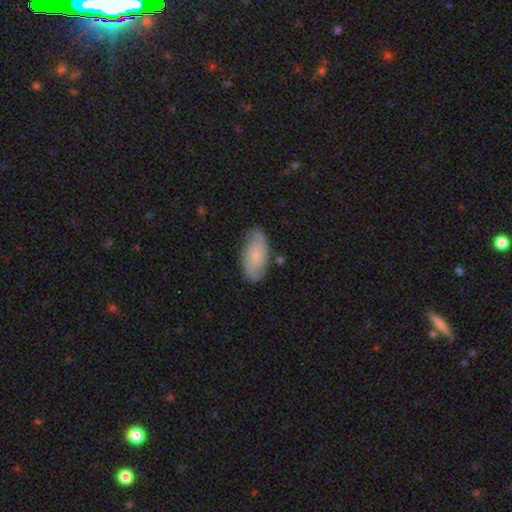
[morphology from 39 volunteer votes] smooth-or-featured: smooth: 54% | featured or disk: 46% | star or artifact: 0%
  how-rounded: in between: 95% | round: 5% | cigar-shaped: 0%
  merging: none: 72% | minor disturbance: 13% | major disturbance: 10% | merger: 5%